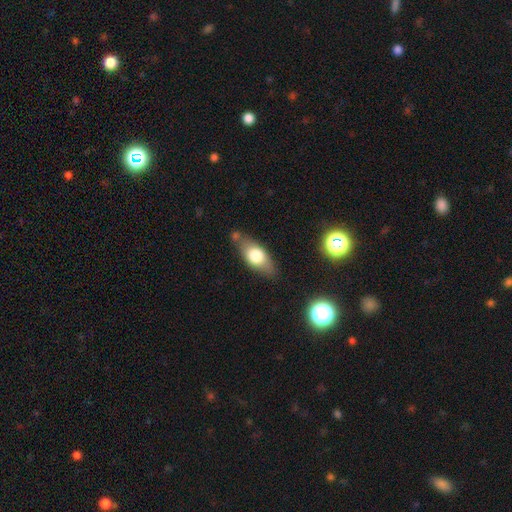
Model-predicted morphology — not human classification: type=smooth (67%); roundness=in between (79%); merging=none (71%).